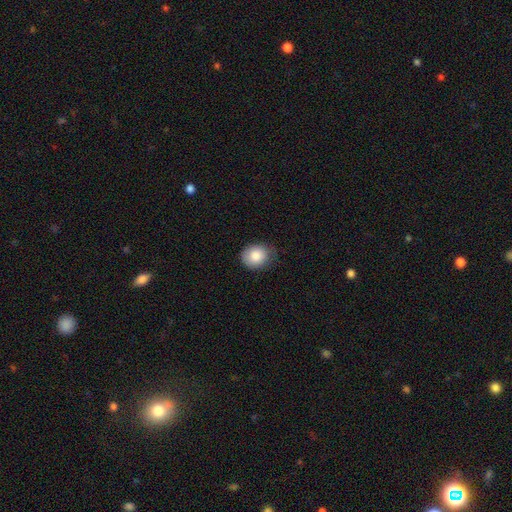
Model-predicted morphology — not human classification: Smooth or featured?
  - smooth: 85% *
  - star or artifact: 8%
  - featured or disk: 7%
How rounded?
  - round: 60% *
  - in between: 39%
  - cigar-shaped: 1%
Merging?
  - none: 73% *
  - minor disturbance: 22%
  - major disturbance: 4%
  - merger: 1%